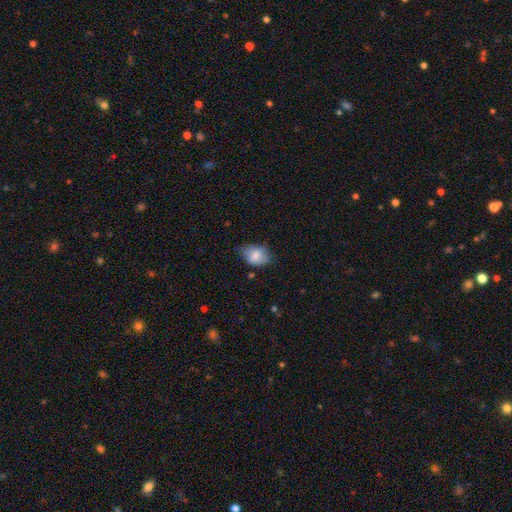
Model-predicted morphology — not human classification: smooth-or-featured: smooth: 80% | featured or disk: 12% | star or artifact: 8%
  how-rounded: in between: 74% | round: 24% | cigar-shaped: 1%
  merging: none: 57% | minor disturbance: 33% | major disturbance: 8% | merger: 2%